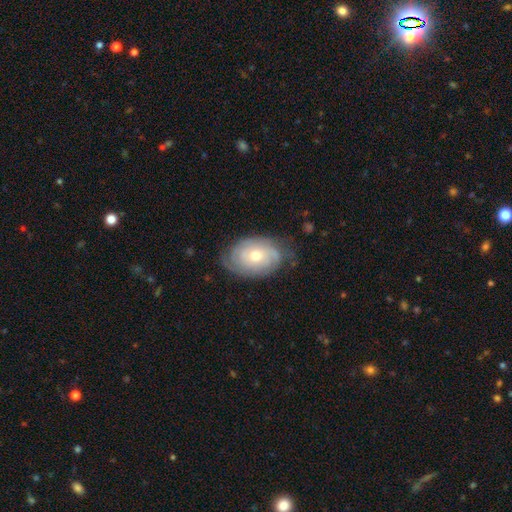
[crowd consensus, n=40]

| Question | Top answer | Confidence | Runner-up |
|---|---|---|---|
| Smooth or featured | featured or disk | 92% | smooth (8%) |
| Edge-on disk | no | 97% | yes (3%) |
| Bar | no | 86% | weak (14%) |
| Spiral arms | yes | 100% | — |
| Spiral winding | tight | 89% | medium (8%) |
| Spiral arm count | can't tell | 53% | 2 (22%) |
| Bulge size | moderate | 58% | small (36%) |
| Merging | none | 85% | minor disturbance (12%) |